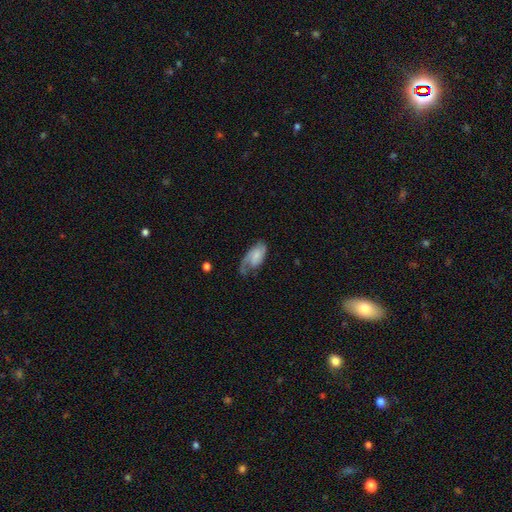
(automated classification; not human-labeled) smooth_or_featured: featured or disk (p=0.66) [alt: smooth p=0.27]
disk_edge_on: no (p=0.96) [alt: yes p=0.04]
bar: no (p=0.49) [alt: weak p=0.40]
has_spiral_arms: yes (p=0.92) [alt: no p=0.08]
spiral_winding: medium (p=0.45) [alt: tight p=0.28]
spiral_arm_count: 2 (p=0.57) [alt: 1 p=0.29]
bulge_size: small (p=0.40) [alt: none p=0.34]
merging: none (p=0.49) [alt: minor disturbance p=0.27]